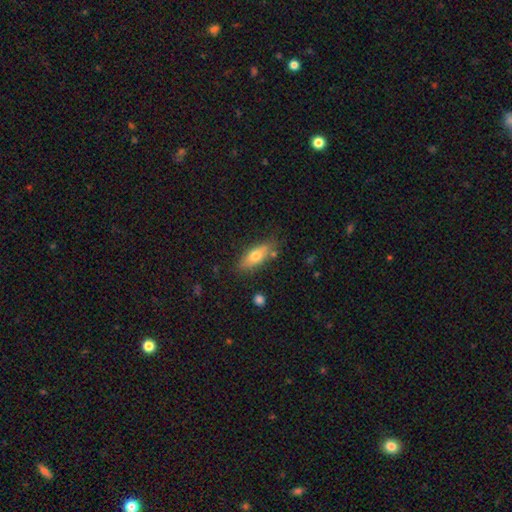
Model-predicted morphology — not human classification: A smooth galaxy with no disk features (67%) that is in between round and cigar-shaped (66%). Merging: none (76%).